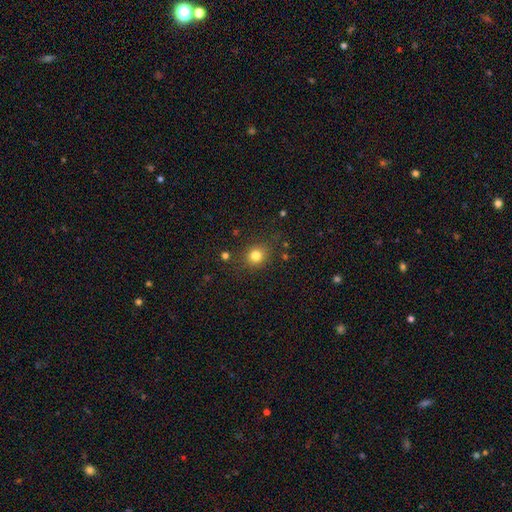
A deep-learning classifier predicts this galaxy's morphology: Q: Smooth or featured?
A: smooth (79%); runner-up: star or artifact (14%)
Q: How rounded?
A: round (81%); runner-up: in between (18%)
Q: Merging?
A: none (82%); runner-up: minor disturbance (11%)